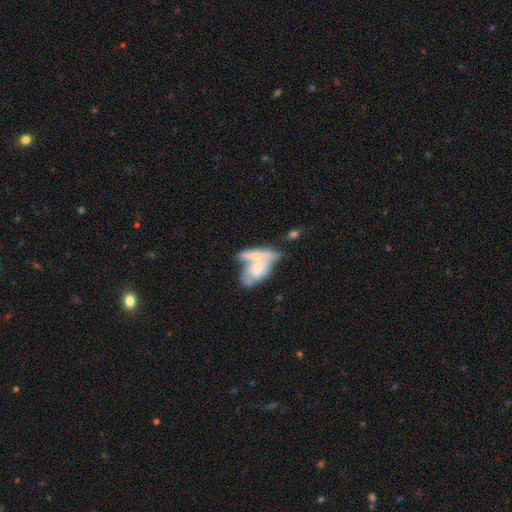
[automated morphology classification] A featured or disk galaxy (49%).

Vote fractions:
- Smooth or featured? featured or disk: 49% / smooth: 44% / star or artifact: 6%
- Merging? merger: 66% / none: 19% / minor disturbance: 9% / major disturbance: 6%